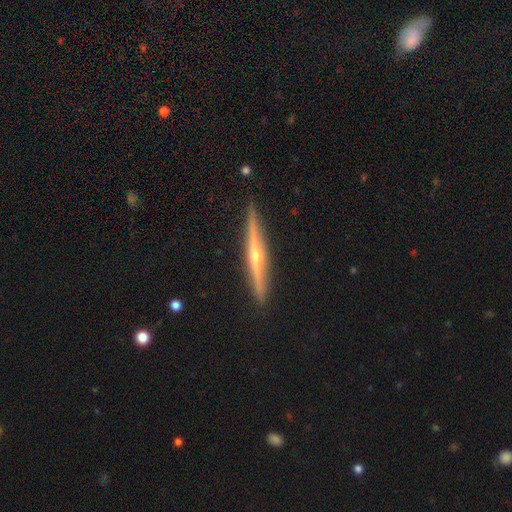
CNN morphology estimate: The model was most divided on "edge-on bulge": rounded: 75%, none: 20%, boxy: 5%. More confident: edge-on disk — yes (98%); merging — none (91%); smooth or featured — featured or disk (77%).